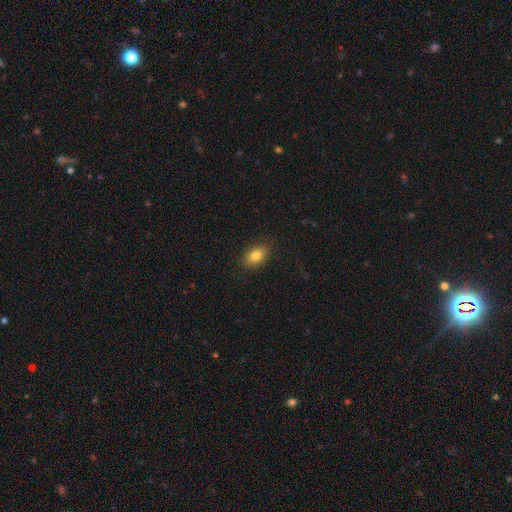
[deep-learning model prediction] Smooth or featured? smooth (82%)
How rounded? in between (84%)
Merging? none (86%)